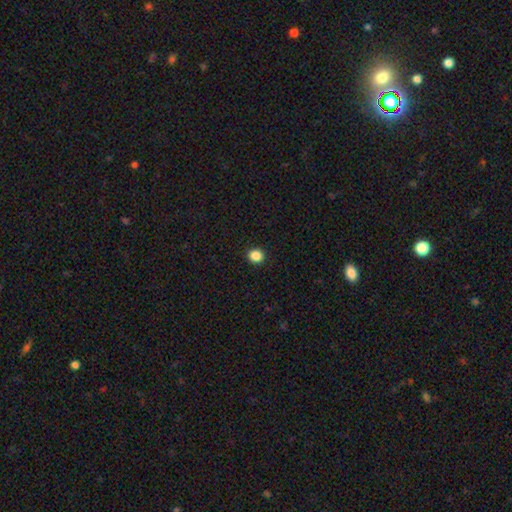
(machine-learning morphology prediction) This is clearly a smooth galaxy (86%). How rounded: clearly round (83%). Merging: clearly none (93%).